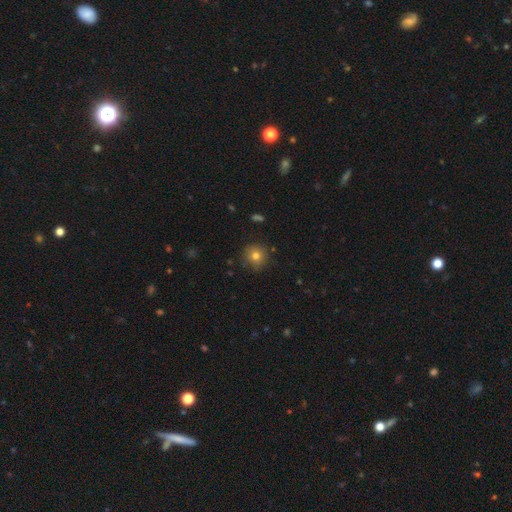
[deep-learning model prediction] Smooth or featured: smooth — 78% (star or artifact — 13%)
How rounded: round — 94% (in between — 5%)
Merging: none — 86% (minor disturbance — 10%)